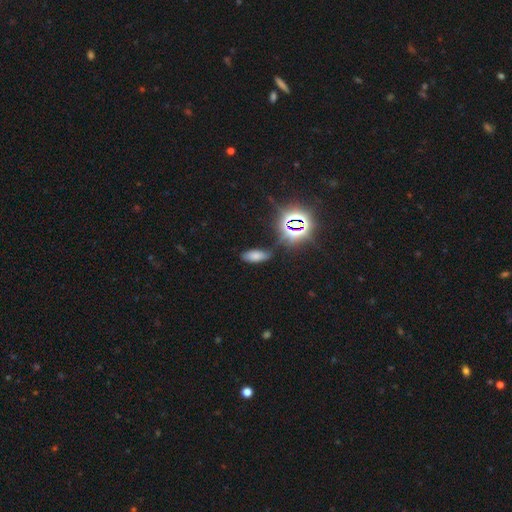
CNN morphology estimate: smooth-or-featured: smooth: 61% | star or artifact: 29% | featured or disk: 11%
  how-rounded: in between: 81% | cigar-shaped: 15% | round: 4%
  merging: none: 73% | minor disturbance: 17% | major disturbance: 5% | merger: 4%